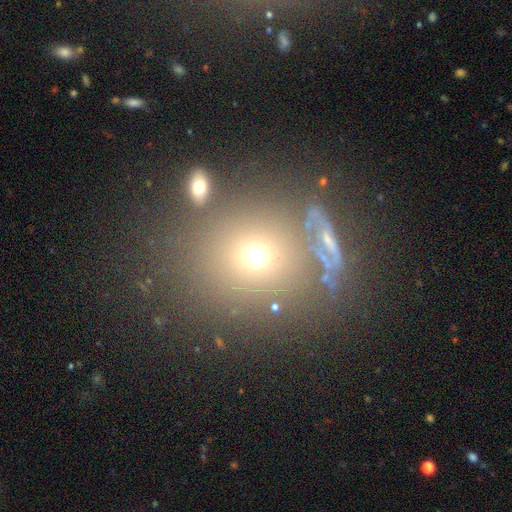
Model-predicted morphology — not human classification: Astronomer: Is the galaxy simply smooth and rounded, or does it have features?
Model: smooth — 66%.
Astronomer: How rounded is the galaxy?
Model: round — 81%.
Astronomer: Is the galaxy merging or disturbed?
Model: none — 69%.